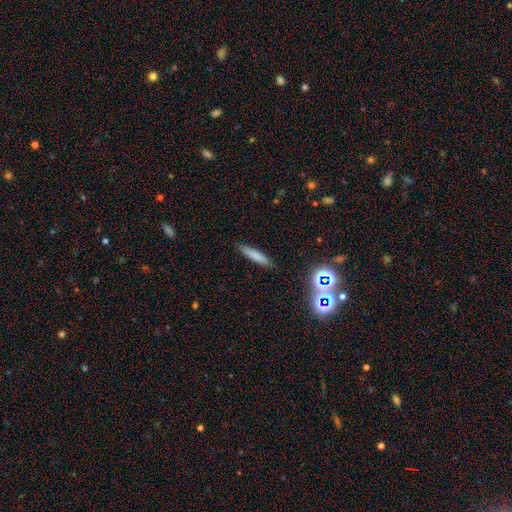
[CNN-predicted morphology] Q: Smooth or featured?
A: smooth (76%); runner-up: featured or disk (14%)
Q: How rounded?
A: cigar-shaped (88%); runner-up: in between (11%)
Q: Merging?
A: none (87%); runner-up: minor disturbance (9%)